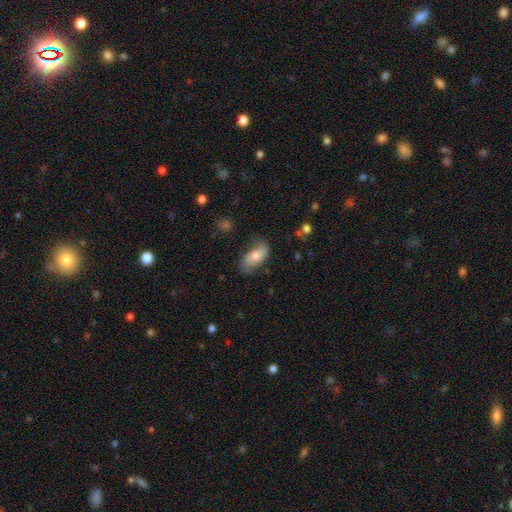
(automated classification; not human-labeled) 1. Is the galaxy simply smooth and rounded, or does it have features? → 65% smooth, 28% featured or disk, 7% star or artifact.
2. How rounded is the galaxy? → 90% in between, 7% cigar-shaped, 3% round.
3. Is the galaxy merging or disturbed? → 58% none, 28% minor disturbance, 12% major disturbance, 3% merger.